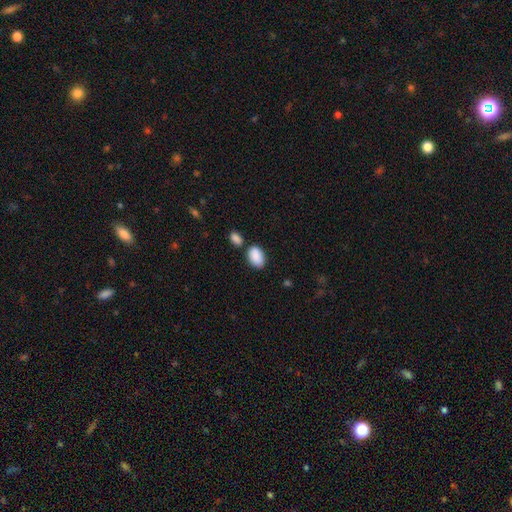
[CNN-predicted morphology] smooth-or-featured: smooth: 89% | star or artifact: 7% | featured or disk: 4%
  how-rounded: in between: 89% | round: 10% | cigar-shaped: 1%
  merging: none: 69% | minor disturbance: 14% | merger: 13% | major disturbance: 3%